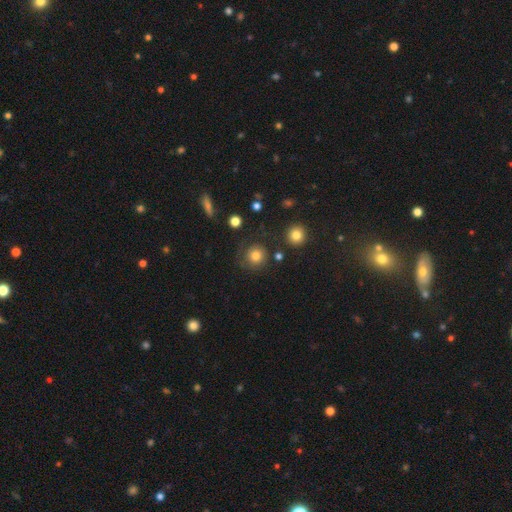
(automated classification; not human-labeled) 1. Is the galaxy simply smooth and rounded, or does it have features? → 79% smooth, 12% star or artifact, 10% featured or disk.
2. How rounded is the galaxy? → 92% round, 8% in between, 1% cigar-shaped.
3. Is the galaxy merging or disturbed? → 77% none, 13% minor disturbance, 7% major disturbance, 3% merger.